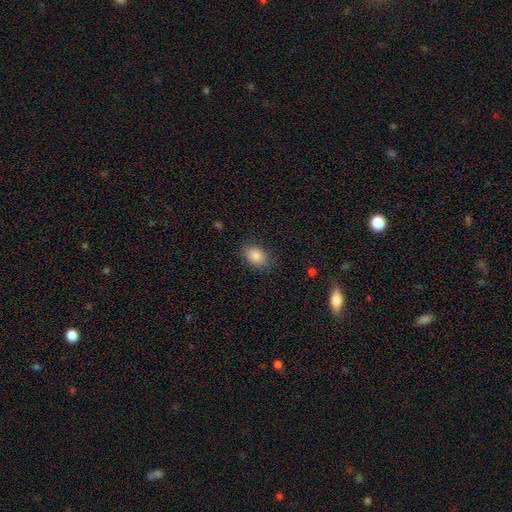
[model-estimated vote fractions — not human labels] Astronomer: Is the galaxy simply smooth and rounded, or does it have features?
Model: smooth — 86%.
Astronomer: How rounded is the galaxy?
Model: in between — 85%.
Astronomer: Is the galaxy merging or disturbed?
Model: none — 84%.